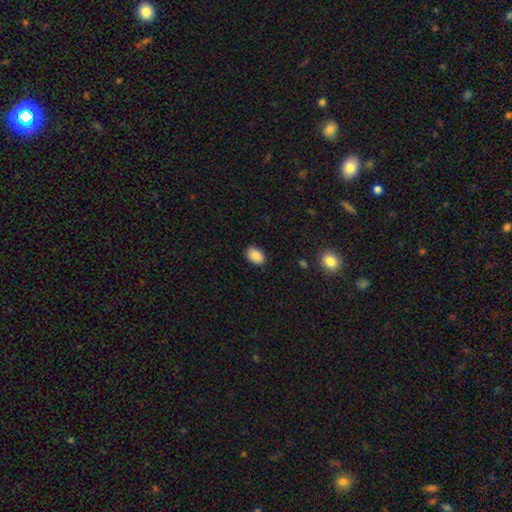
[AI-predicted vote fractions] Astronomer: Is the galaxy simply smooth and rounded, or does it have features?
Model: smooth — 88%.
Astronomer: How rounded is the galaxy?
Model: in between — 83%.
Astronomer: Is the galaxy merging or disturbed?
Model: none — 86%.